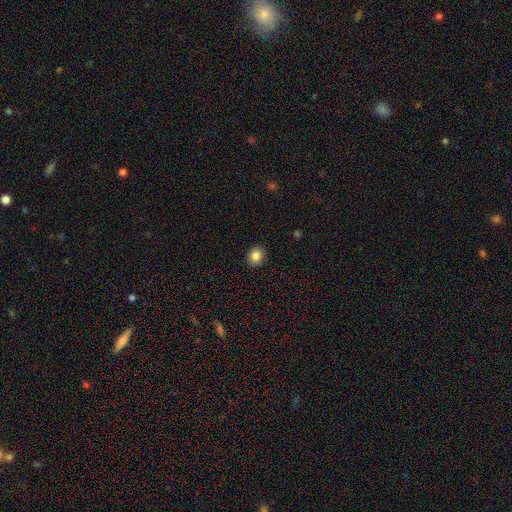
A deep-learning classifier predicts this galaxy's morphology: The model was most divided on "how rounded": round: 70%, in between: 29%, cigar-shaped: 1%. More confident: merging — none (91%); smooth or featured — smooth (84%).